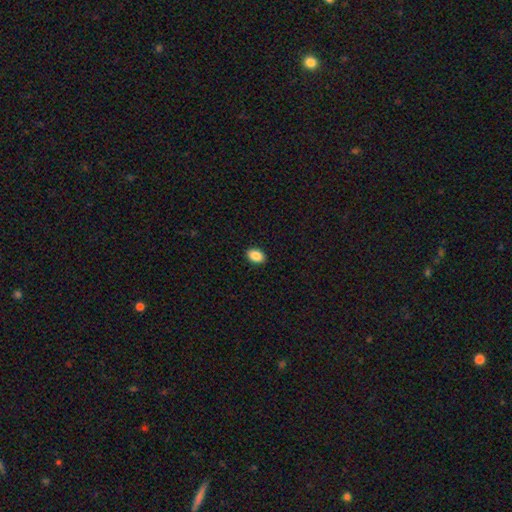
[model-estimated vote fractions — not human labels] Smooth or featured? Predicted: smooth (p=0.87). How rounded? Predicted: in between (p=0.81). Merging? Predicted: none (p=0.91).